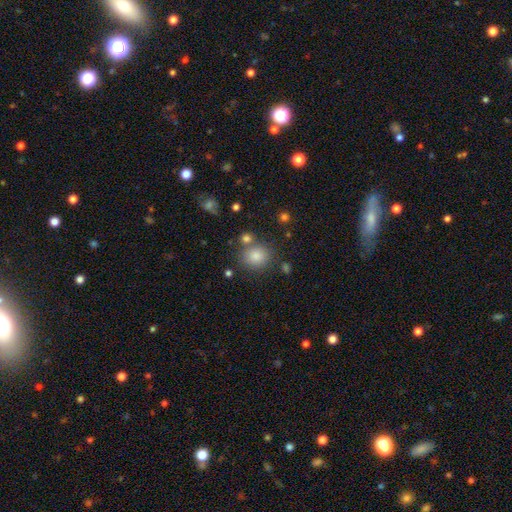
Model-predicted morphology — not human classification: Smooth or featured? smooth (80%)
How rounded? round (80%)
Merging? none (77%)